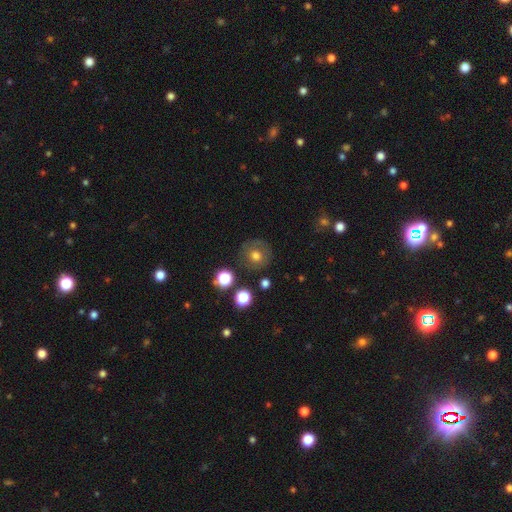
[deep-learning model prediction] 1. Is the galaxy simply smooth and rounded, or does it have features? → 67% smooth, 21% featured or disk, 13% star or artifact.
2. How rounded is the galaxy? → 92% round, 7% in between, 1% cigar-shaped.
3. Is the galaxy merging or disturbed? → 82% none, 11% minor disturbance, 4% major disturbance, 3% merger.